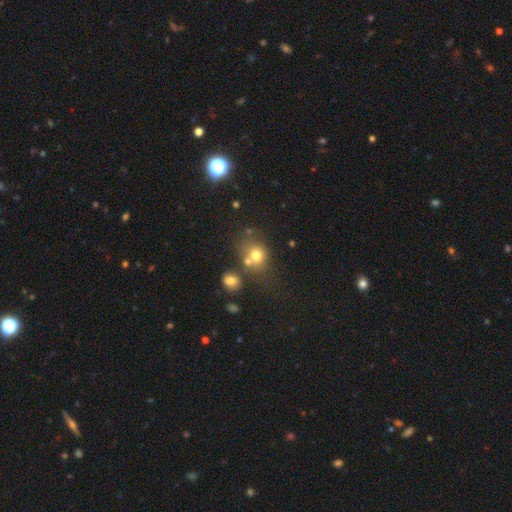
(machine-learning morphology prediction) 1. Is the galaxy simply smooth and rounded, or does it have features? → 73% smooth, 14% star or artifact, 13% featured or disk.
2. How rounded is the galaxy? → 71% round, 28% in between, 1% cigar-shaped.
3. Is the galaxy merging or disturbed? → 51% none, 28% merger, 14% minor disturbance, 7% major disturbance.